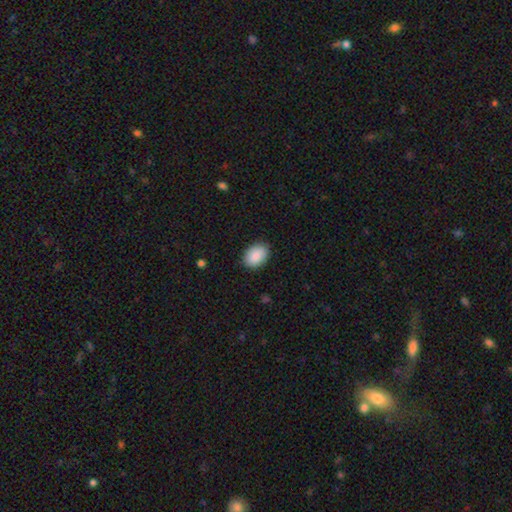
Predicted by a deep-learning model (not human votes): Overall: smooth (89%). How rounded: in between (80%). Merging: none (85%).